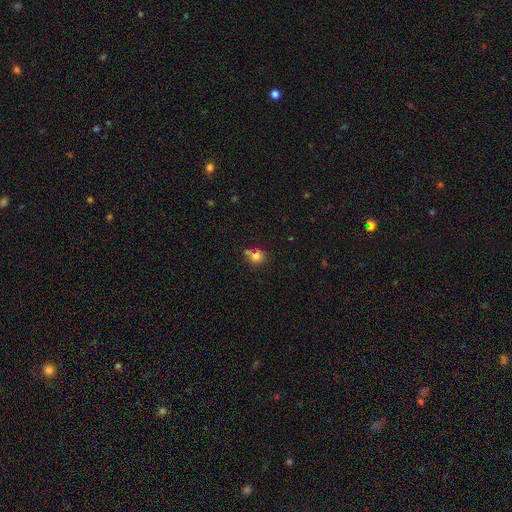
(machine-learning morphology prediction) This appears to be a smooth galaxy with no disk features (78%) that is round (84%). Merging: none (56%).